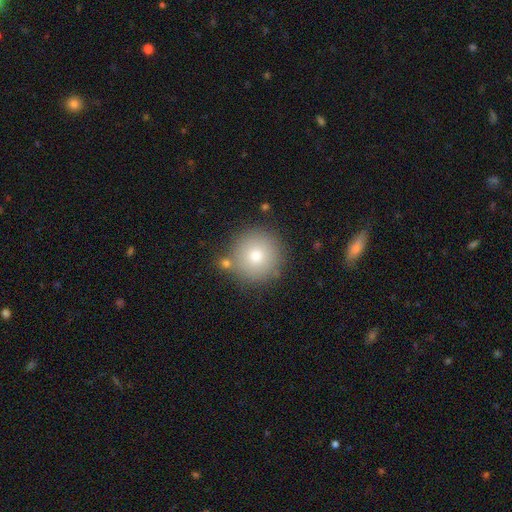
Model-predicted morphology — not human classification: Q: Smooth or featured?
A: smooth (77%); runner-up: featured or disk (12%)
Q: How rounded?
A: round (95%); runner-up: in between (4%)
Q: Merging?
A: none (82%); runner-up: minor disturbance (9%)